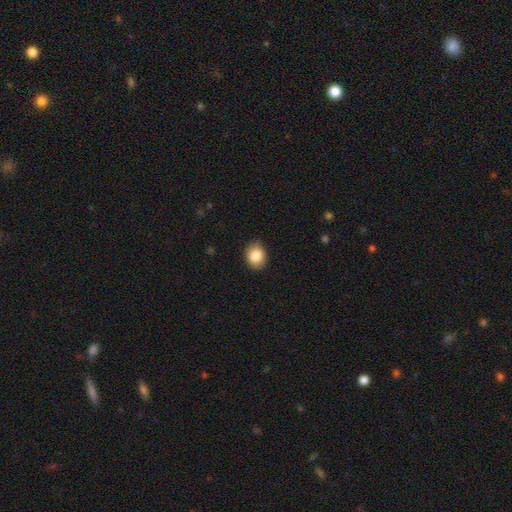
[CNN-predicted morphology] A smooth galaxy with no disk features (84%) that is round (52%). Merging: none (84%).